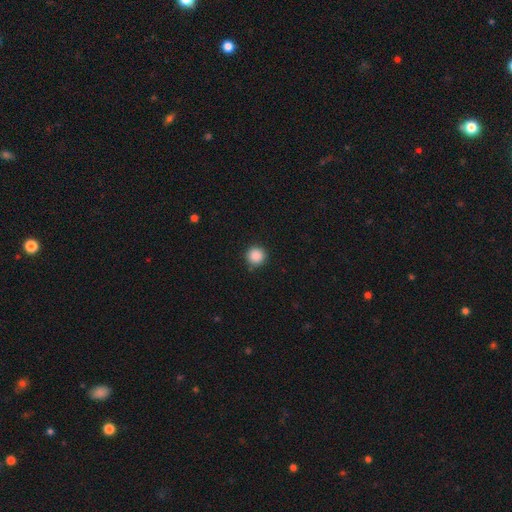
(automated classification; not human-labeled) A smooth galaxy with no disk features (88%) that is round (95%). Merging: none (87%).